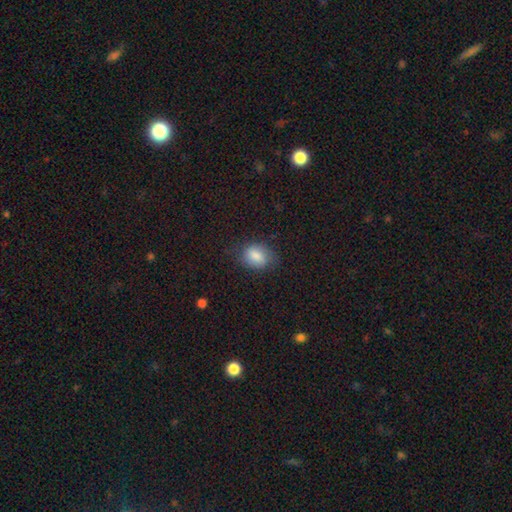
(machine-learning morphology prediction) Overall: smooth (80%). How rounded: in between (71%). Merging: none (71%).